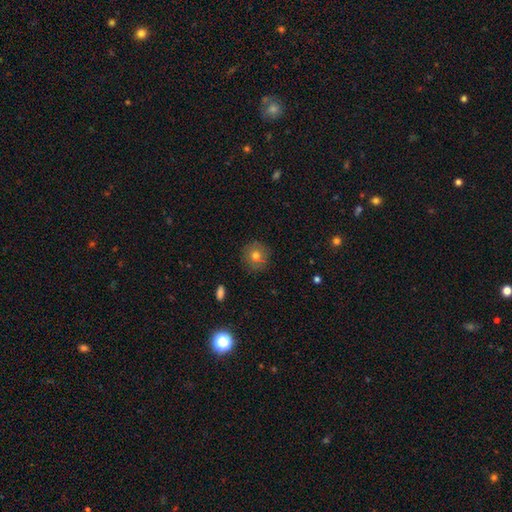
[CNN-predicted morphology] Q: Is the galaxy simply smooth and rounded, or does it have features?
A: smooth — 73%.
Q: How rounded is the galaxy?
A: round — 92%.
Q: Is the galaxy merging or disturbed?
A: none — 86%.